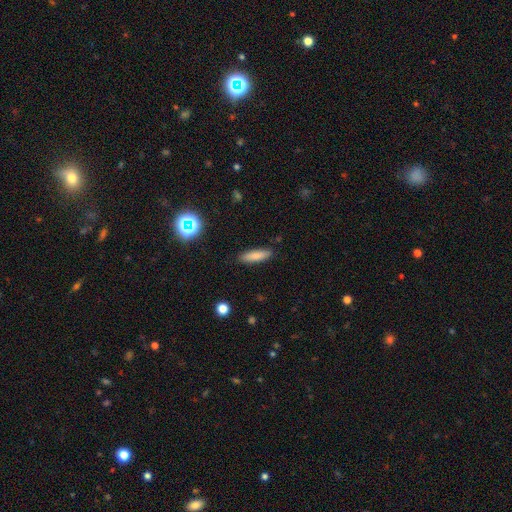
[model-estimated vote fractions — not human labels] Smooth or featured? smooth (80%)
How rounded? cigar-shaped (61%)
Merging? none (88%)